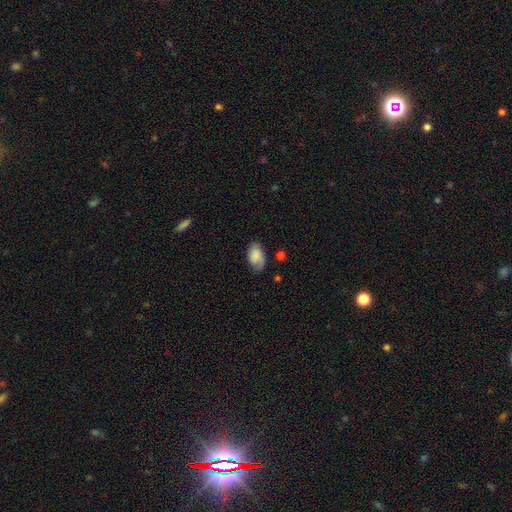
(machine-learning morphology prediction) type=smooth (77%); roundness=in between (92%); merging=none (66%).